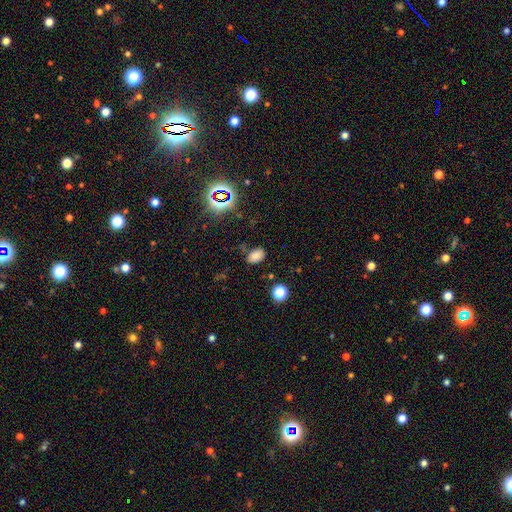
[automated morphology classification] This appears to be a smooth galaxy with no disk features (76%) that is in between round and cigar-shaped (86%). Merging: none (80%).